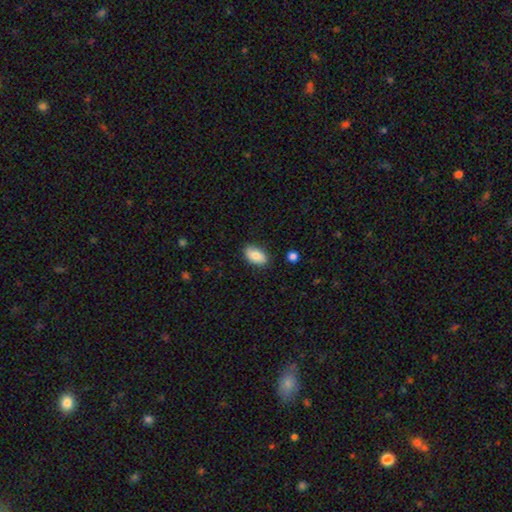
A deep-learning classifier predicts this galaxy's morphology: Q: Smooth or featured?
A: smooth (81%); runner-up: featured or disk (12%)
Q: How rounded?
A: in between (92%); runner-up: round (5%)
Q: Merging?
A: none (84%); runner-up: minor disturbance (12%)